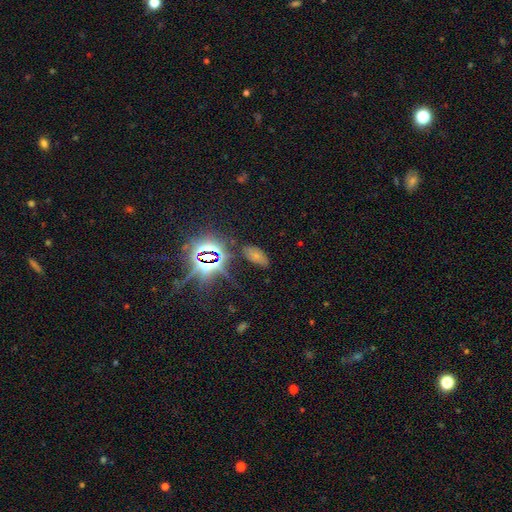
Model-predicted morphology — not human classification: The model was most divided on "smooth or featured": smooth: 45%, star or artifact: 36%, featured or disk: 18%. More confident: merging — none (73%).